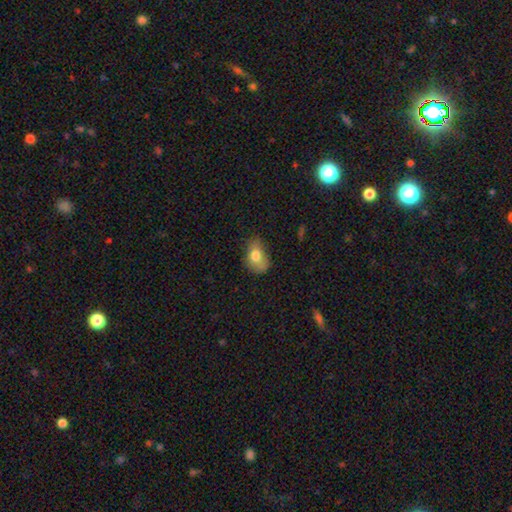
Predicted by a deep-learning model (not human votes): Smooth or featured: smooth — 76% (featured or disk — 15%)
How rounded: in between — 81% (round — 17%)
Merging: none — 45% (minor disturbance — 37%)